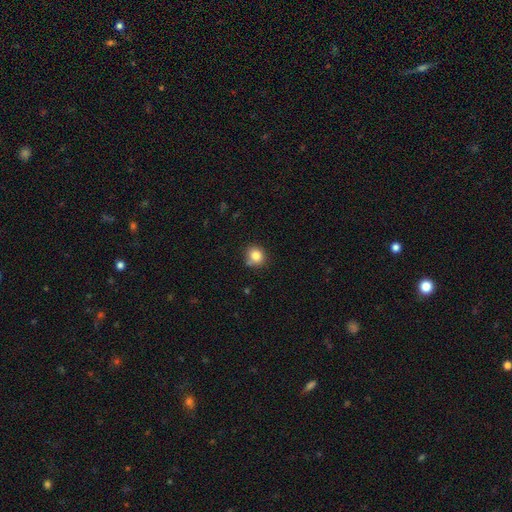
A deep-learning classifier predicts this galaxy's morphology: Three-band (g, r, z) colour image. It shows a smooth galaxy with no disk features (83%) that is round (86%). Merging: none (76%).